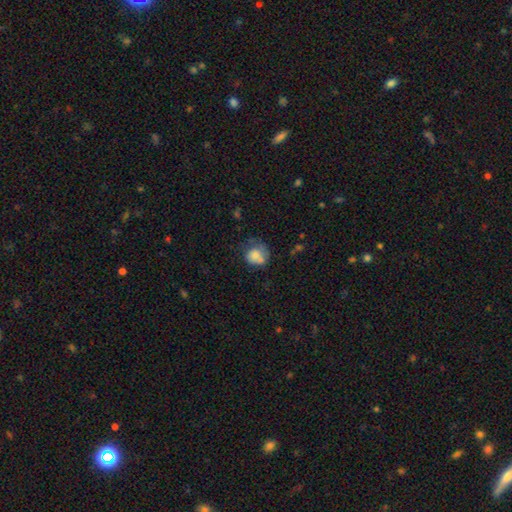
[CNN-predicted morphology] smooth-or-featured: smooth: 72% | featured or disk: 19% | star or artifact: 9%
  how-rounded: round: 76% | in between: 23% | cigar-shaped: 1%
  merging: none: 38% | minor disturbance: 24% | major disturbance: 21% | merger: 17%